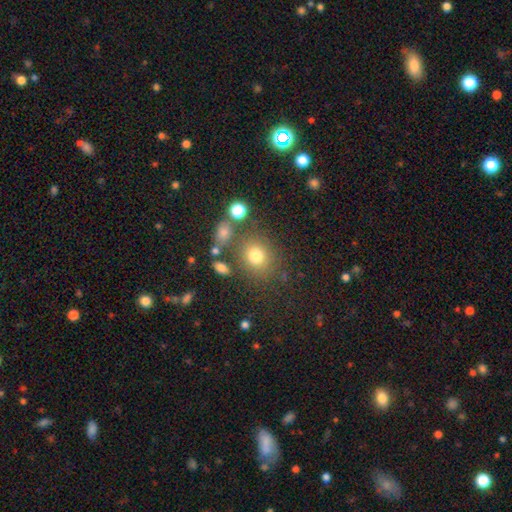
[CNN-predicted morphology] type=smooth (74%); roundness=round (72%); merging=none (72%).